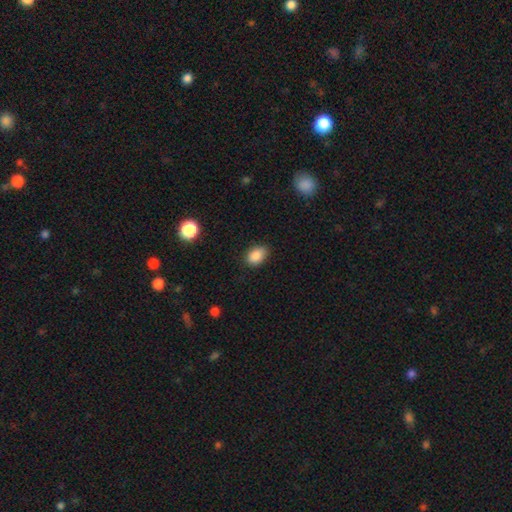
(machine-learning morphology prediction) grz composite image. It shows a smooth galaxy with no disk features (87%) that is in between round and cigar-shaped (80%). Merging: none (81%).